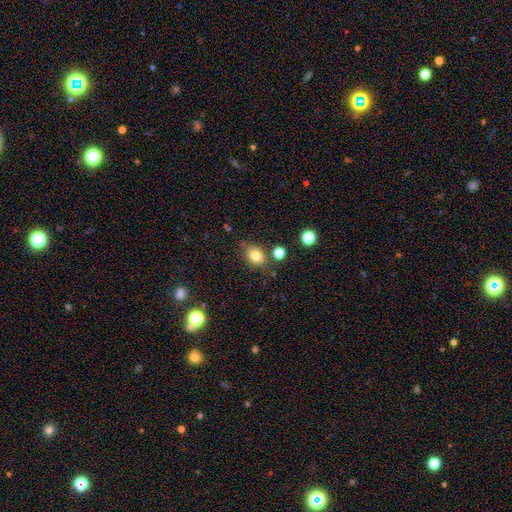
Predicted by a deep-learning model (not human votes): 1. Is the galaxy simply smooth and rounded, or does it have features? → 80% smooth, 12% star or artifact, 8% featured or disk.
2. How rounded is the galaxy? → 51% in between, 48% round, 1% cigar-shaped.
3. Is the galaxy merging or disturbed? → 76% none, 13% minor disturbance, 7% merger, 4% major disturbance.